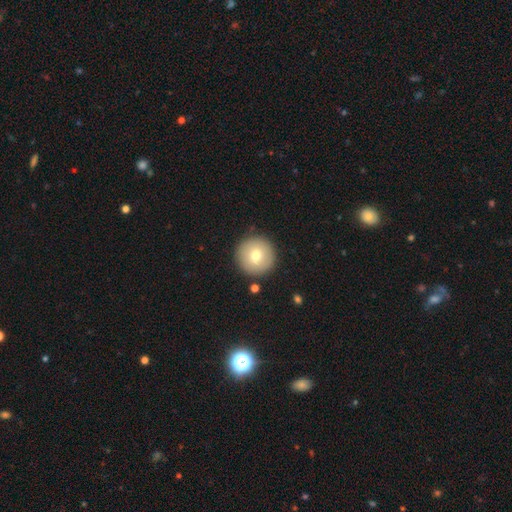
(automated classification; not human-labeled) smooth 74%, featured or disk 18%, star or artifact 8%. Down the decision tree: how rounded — round (97%); merging — none (90%).